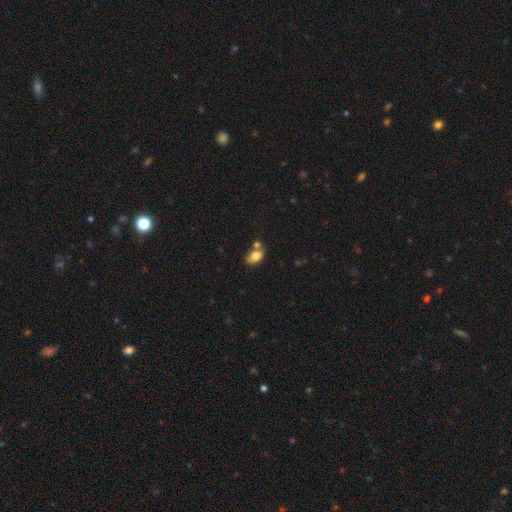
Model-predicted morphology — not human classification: type=smooth (81%); roundness=in between (85%); merging=none (52%).